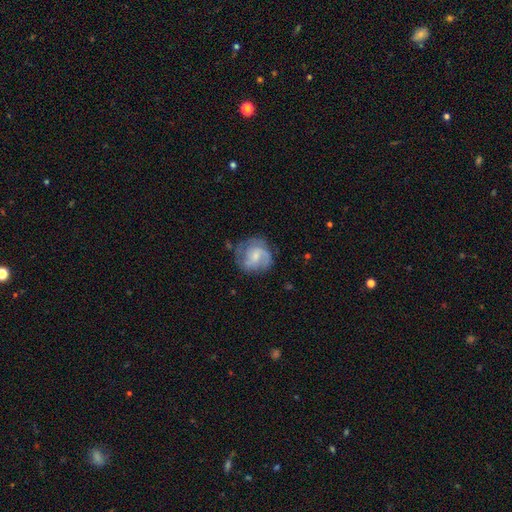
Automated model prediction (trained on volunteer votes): featured or disk 60%, smooth 33%, star or artifact 7%. Down the decision tree: edge-on disk — no (98%); bar — no (49%); spiral arms — yes (84%); bulge size — small (49%); merging — none (62%).